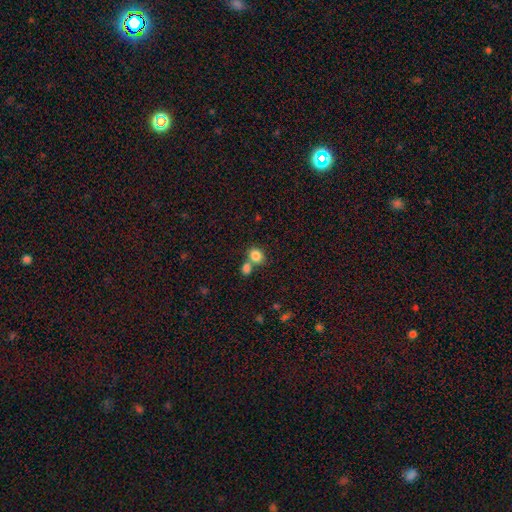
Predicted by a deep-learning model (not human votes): smooth-or-featured: smooth: 83% | star or artifact: 10% | featured or disk: 7%
  how-rounded: round: 58% | in between: 41% | cigar-shaped: 1%
  merging: none: 48% | merger: 40% | minor disturbance: 8% | major disturbance: 3%